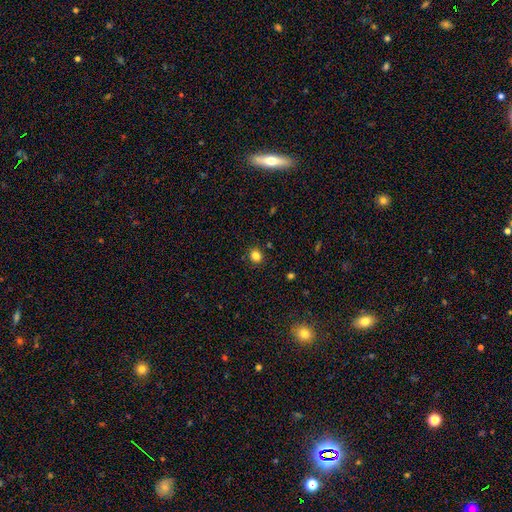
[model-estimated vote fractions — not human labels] The model was most divided on "how rounded": round: 82%, in between: 17%, cigar-shaped: 1%. More confident: merging — none (89%); smooth or featured — smooth (83%).